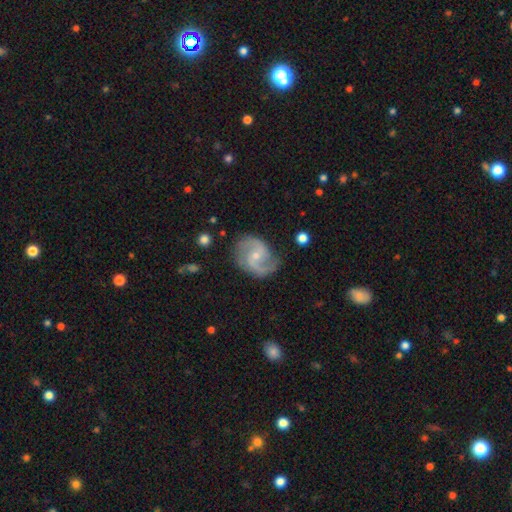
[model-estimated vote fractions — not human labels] This appears to be a featured or disk galaxy (88%) with no bar (51%), 2 (91%) medium (56%) spiral arms (97%) and a small central bulge (69%). Merging: none (77%).